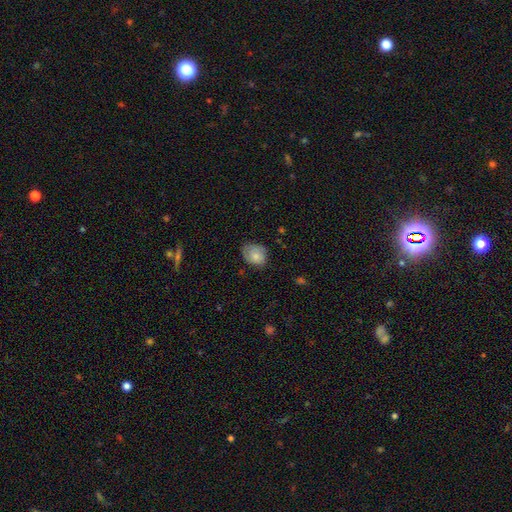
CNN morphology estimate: A smooth galaxy with no disk features (80%) that is in between round and cigar-shaped (53%).

Vote fractions:
- Smooth or featured? smooth: 80% / featured or disk: 12% / star or artifact: 8%
- How rounded? in between: 53% / round: 46% / cigar-shaped: 1%
- Merging? none: 59% / minor disturbance: 33% / major disturbance: 7% / merger: 1%